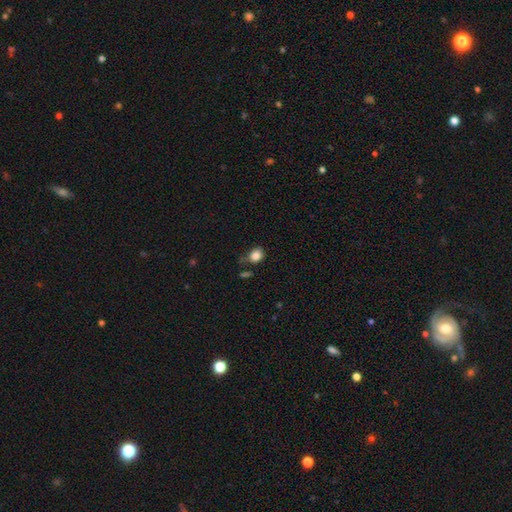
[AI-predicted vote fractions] Smooth or featured? smooth (85%)
How rounded? round (51%)
Merging? none (59%)